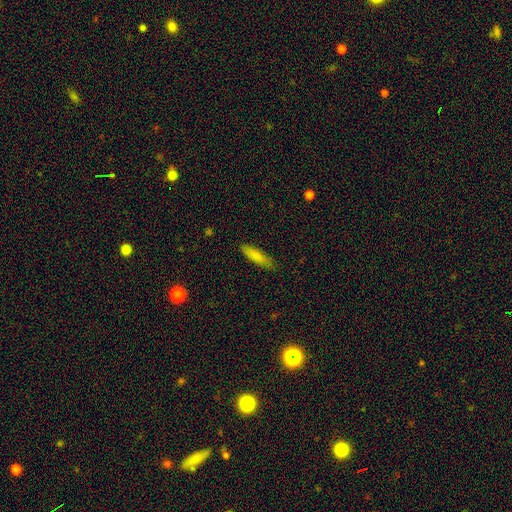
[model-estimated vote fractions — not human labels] Smooth or featured?
  - smooth: 82% *
  - featured or disk: 12%
  - star or artifact: 7%
How rounded?
  - cigar-shaped: 69% *
  - in between: 29%
  - round: 2%
Merging?
  - none: 84% *
  - minor disturbance: 12%
  - major disturbance: 2%
  - merger: 1%